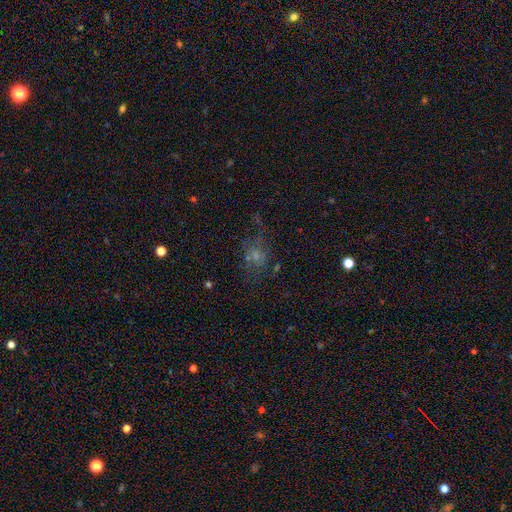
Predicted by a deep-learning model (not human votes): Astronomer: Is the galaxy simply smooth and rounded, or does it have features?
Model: smooth — 39% (runner-up: featured or disk, 32%).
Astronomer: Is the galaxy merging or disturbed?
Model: none — 46% (runner-up: major disturbance, 27%).